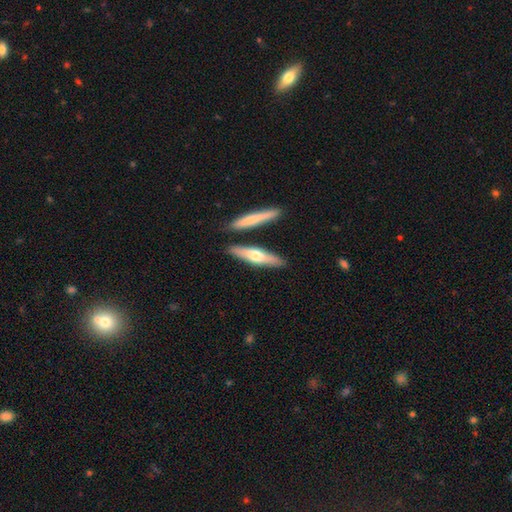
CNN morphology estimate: smooth 53%, featured or disk 42%, star or artifact 5%. Down the decision tree: how rounded — cigar-shaped (79%); merging — none (79%).